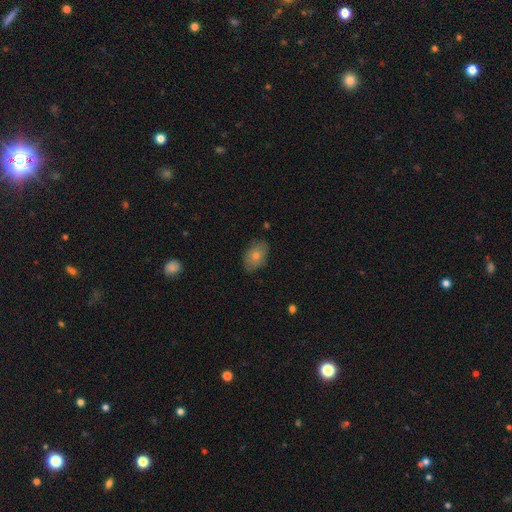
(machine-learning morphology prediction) This is likely a smooth galaxy (67%). How rounded: clearly in between (86%). Merging: clearly none (82%).